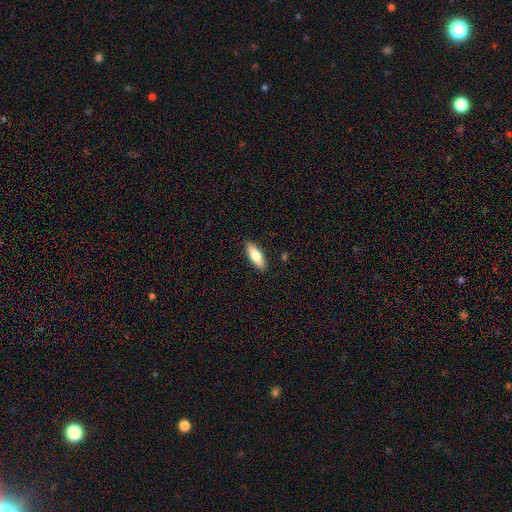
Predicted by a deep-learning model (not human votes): Smooth or featured? smooth (72%)
How rounded? in between (65%)
Merging? none (89%)